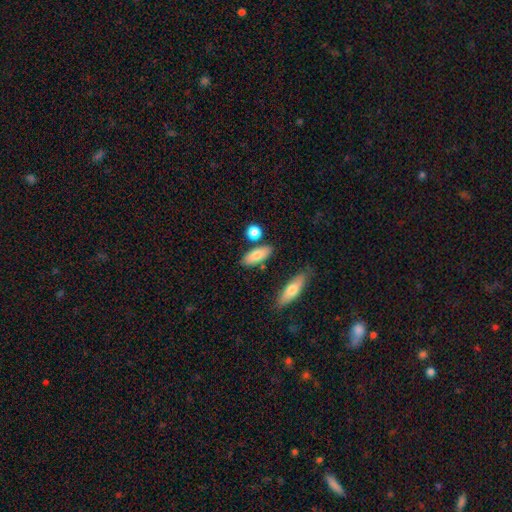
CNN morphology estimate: This is likely a smooth galaxy (80%). How rounded: likely in between (75%). Merging: likely none (77%).